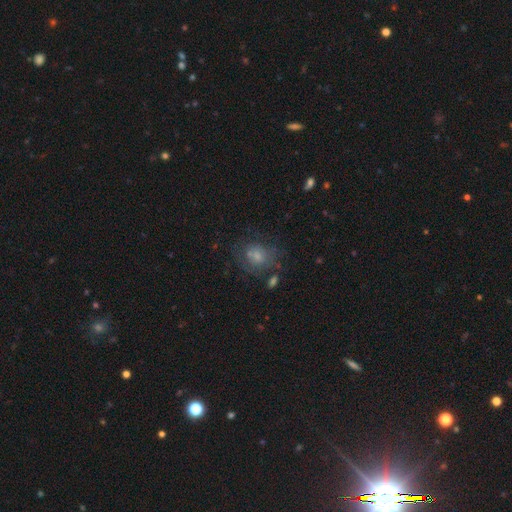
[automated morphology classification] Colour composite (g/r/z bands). It shows a smooth galaxy with no disk features (44%). Merging: none (66%).